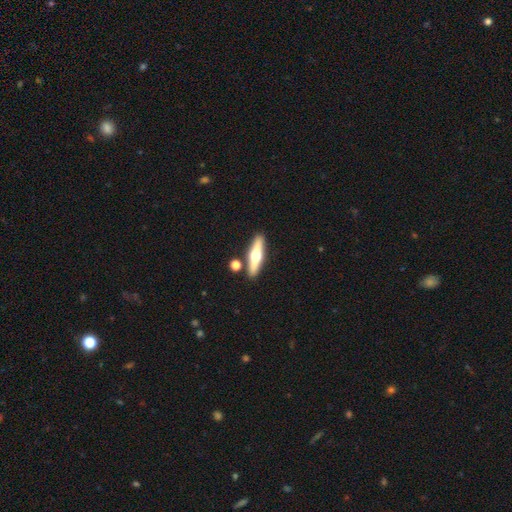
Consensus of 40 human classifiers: This is possibly a featured or disk galaxy (57%). It is clearly viewed edge-on (100%). Edge-on bulge: clearly rounded (96%). Merging: clearly none (84%).